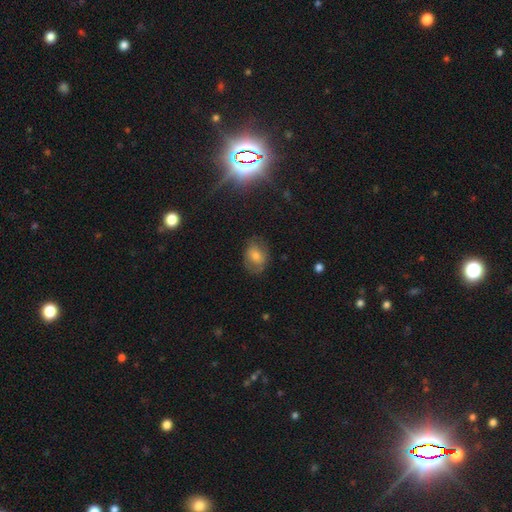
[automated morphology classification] Overall: smooth (53%; featured or disk 33%). How rounded: in between (61%; round 38%). Merging: none (73%).